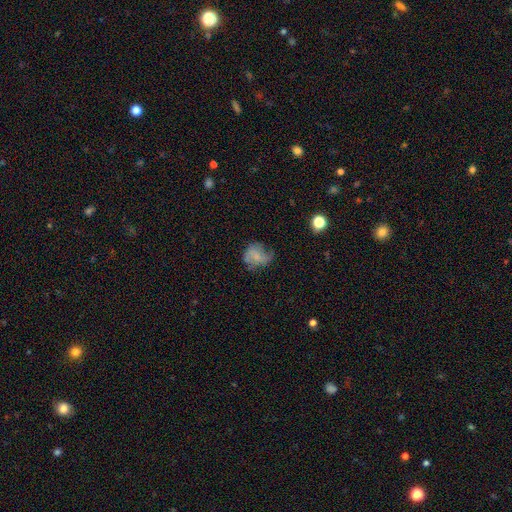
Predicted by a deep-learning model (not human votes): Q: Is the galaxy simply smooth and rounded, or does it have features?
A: smooth — 47%.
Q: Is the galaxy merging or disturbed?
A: none — 49%.